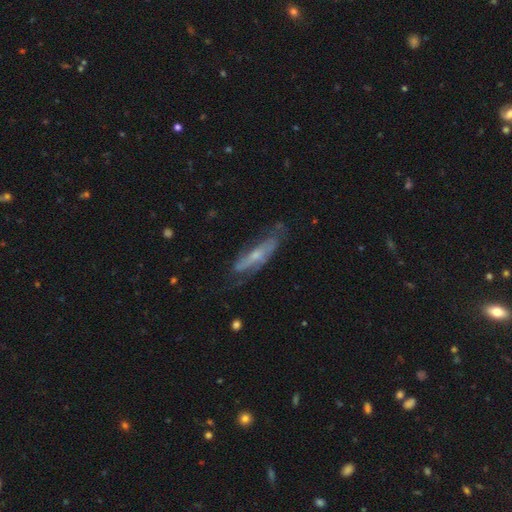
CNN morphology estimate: This is likely a featured or disk galaxy (64%). It is possibly not viewed edge-on (59%). Merging: possibly none (59%).